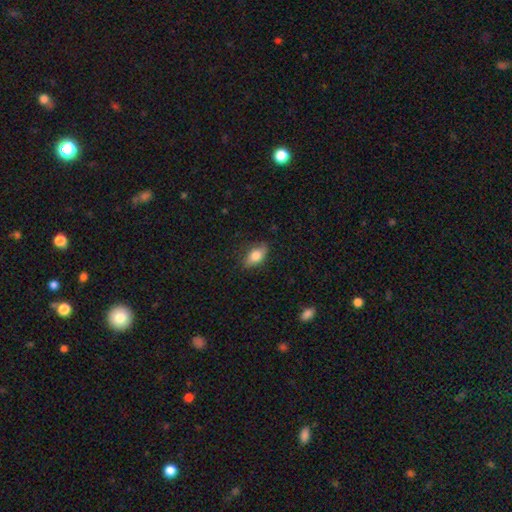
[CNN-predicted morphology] A smooth galaxy with no disk features (79%) that is in between round and cigar-shaped (87%).

Vote fractions:
- Smooth or featured? smooth: 79% / featured or disk: 13% / star or artifact: 8%
- How rounded? in between: 87% / cigar-shaped: 7% / round: 7%
- Merging? none: 77% / minor disturbance: 18% / major disturbance: 4% / merger: 1%